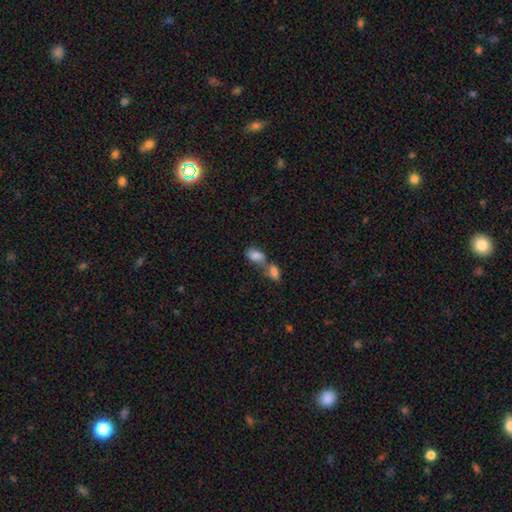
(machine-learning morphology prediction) A smooth galaxy with no disk features (82%) that is in between round and cigar-shaped (90%). Merging: merger (67%).